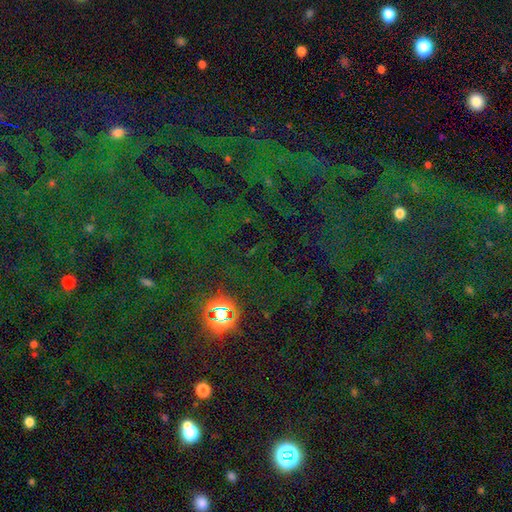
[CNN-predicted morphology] This is likely a star or artifact rather than a galaxy (74%).